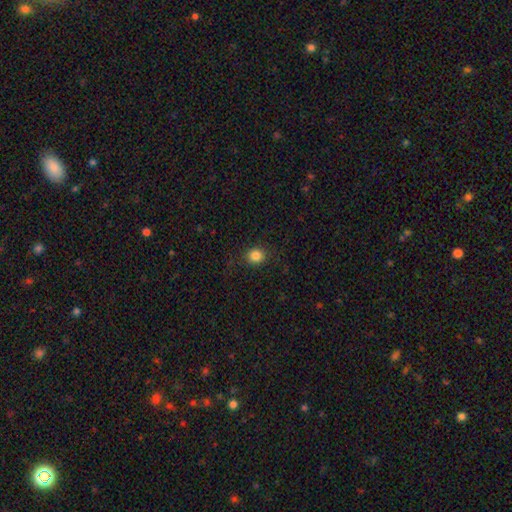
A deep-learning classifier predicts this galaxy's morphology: Smooth or featured?
  - smooth: 84% *
  - star or artifact: 11%
  - featured or disk: 5%
How rounded?
  - round: 83% *
  - in between: 16%
  - cigar-shaped: 1%
Merging?
  - none: 89% *
  - minor disturbance: 8%
  - major disturbance: 3%
  - merger: 1%